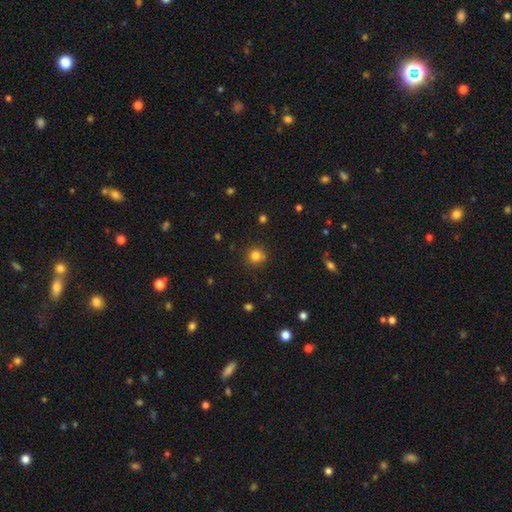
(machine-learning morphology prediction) smooth-or-featured: smooth: 82% | star or artifact: 13% | featured or disk: 5%
  how-rounded: round: 89% | in between: 10% | cigar-shaped: 1%
  merging: none: 83% | minor disturbance: 12% | major disturbance: 3% | merger: 3%